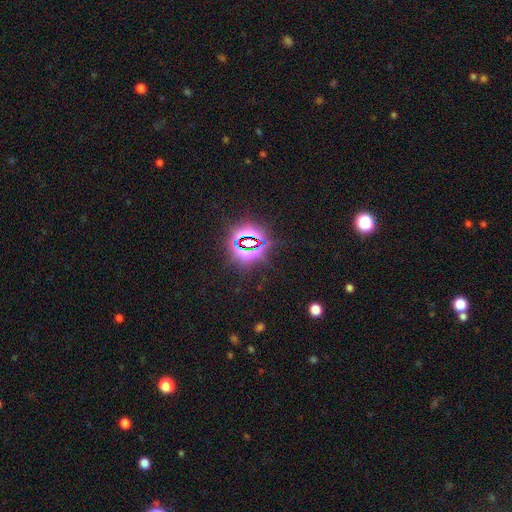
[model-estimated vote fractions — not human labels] star or artifact 80%, smooth 12%, featured or disk 8%.